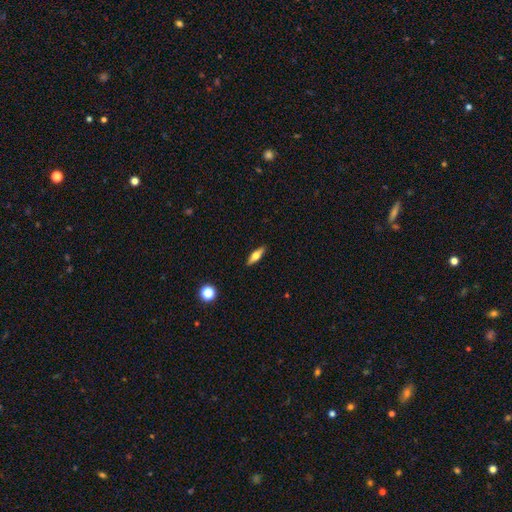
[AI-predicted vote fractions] The model was most divided on "smooth or featured" (2-way tie): featured or disk: 46%, smooth: 46%, star or artifact: 7%. More confident: merging — none (90%).